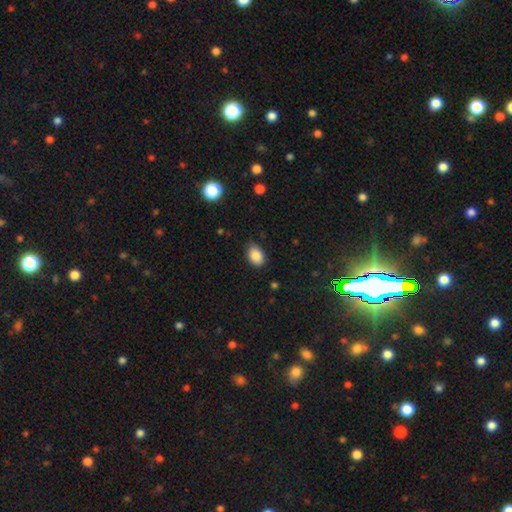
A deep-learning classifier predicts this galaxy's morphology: The model was most divided on "merging": none: 81%, minor disturbance: 15%, major disturbance: 3%, merger: 1%. More confident: smooth or featured — smooth (87%); how rounded — in between (86%).